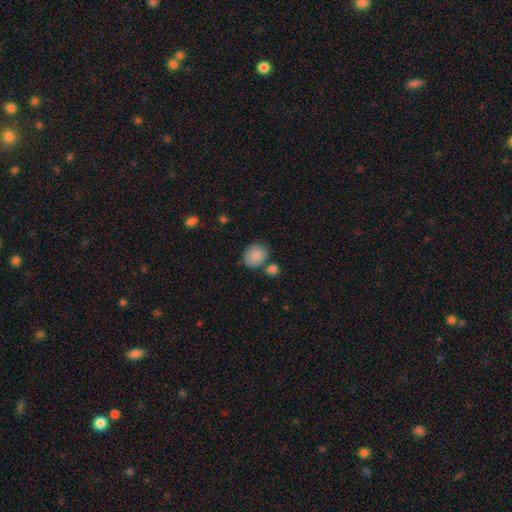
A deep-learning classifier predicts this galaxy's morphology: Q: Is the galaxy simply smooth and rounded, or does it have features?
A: smooth — 87%.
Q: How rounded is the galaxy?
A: round — 56%.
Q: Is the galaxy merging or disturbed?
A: none — 69%.